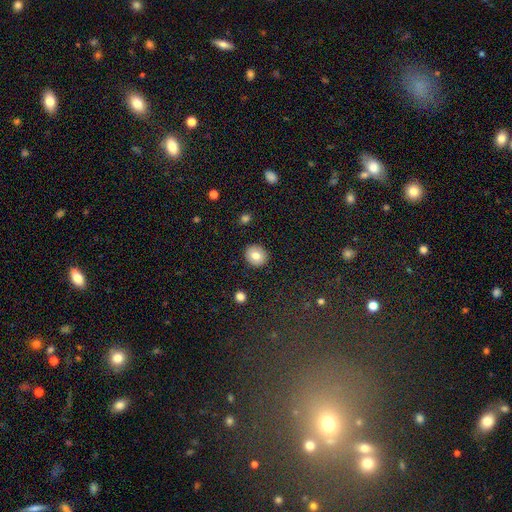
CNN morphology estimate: smooth 80%, featured or disk 12%, star or artifact 9%. Down the decision tree: how rounded — round (82%); merging — none (91%).